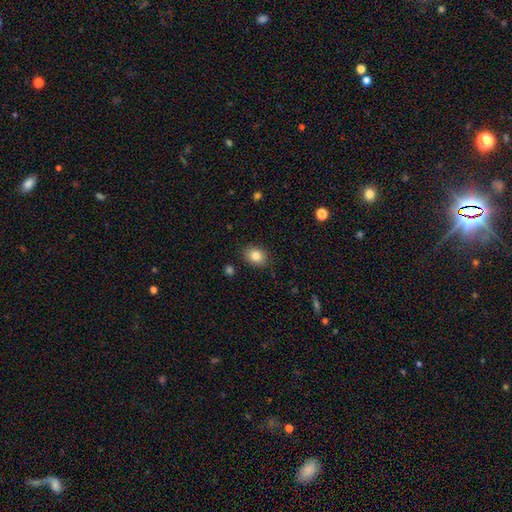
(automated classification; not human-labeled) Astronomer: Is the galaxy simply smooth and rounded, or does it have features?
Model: smooth — 84%.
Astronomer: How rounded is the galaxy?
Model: in between — 57% (runner-up: round, 42%).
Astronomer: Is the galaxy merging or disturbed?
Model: none — 86%.